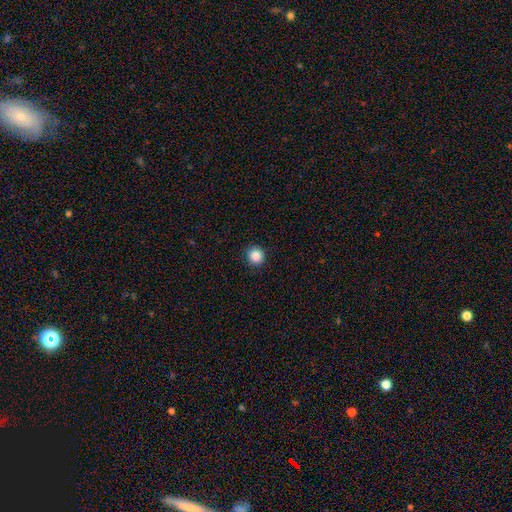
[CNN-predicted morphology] smooth 87%, star or artifact 10%, featured or disk 3%. Down the decision tree: how rounded — round (94%); merging — none (92%).